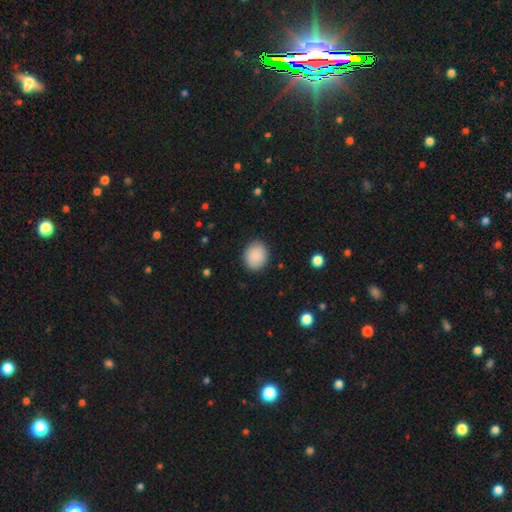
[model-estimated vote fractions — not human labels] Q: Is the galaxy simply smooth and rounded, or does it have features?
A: smooth — 88%.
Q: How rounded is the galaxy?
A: round — 61%.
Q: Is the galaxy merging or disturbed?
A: none — 88%.